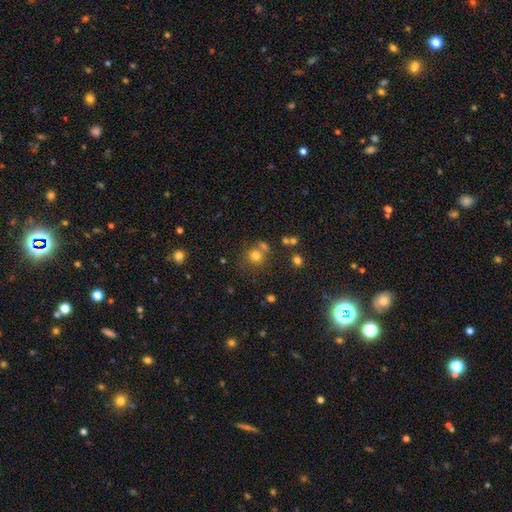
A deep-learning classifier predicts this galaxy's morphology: Smooth or featured? smooth (74%)
How rounded? round (88%)
Merging? none (62%)